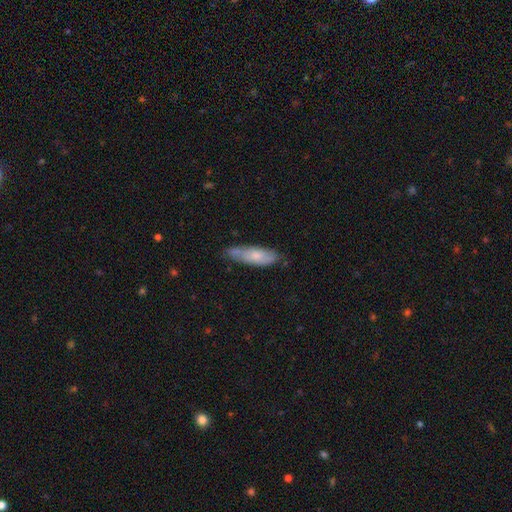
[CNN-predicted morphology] Smooth or featured?
  - smooth: 64% *
  - featured or disk: 30%
  - star or artifact: 6%
How rounded?
  - cigar-shaped: 52% *
  - in between: 46%
  - round: 2%
Merging?
  - none: 64% *
  - minor disturbance: 27%
  - major disturbance: 5%
  - merger: 4%